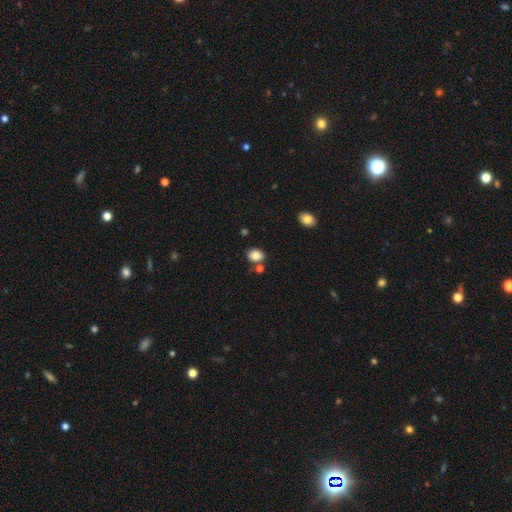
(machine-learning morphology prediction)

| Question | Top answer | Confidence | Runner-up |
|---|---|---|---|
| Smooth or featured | smooth | 85% | star or artifact (9%) |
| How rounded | round | 50% | in between (49%) |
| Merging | none | 72% | merger (13%) |